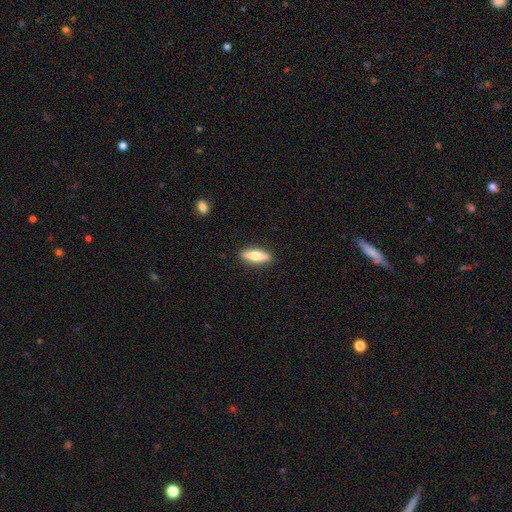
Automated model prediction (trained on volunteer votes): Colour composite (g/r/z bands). It shows a smooth galaxy with no disk features (62%) that is cigar-shaped (53%). Merging: none (90%).